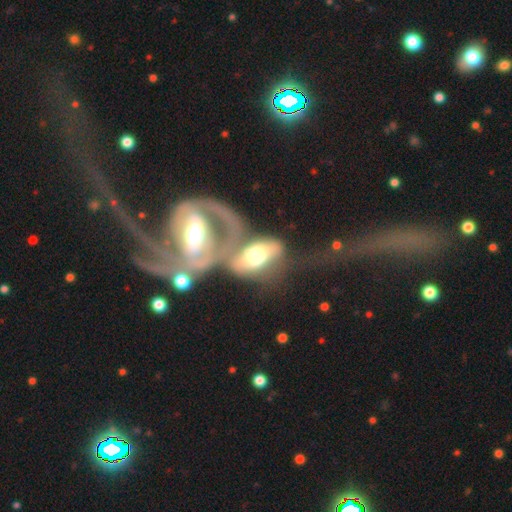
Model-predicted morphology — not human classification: A featured or disk galaxy (53%).

Vote fractions:
- Smooth or featured? featured or disk: 53% / smooth: 41% / star or artifact: 6%
- Edge-on disk? no: 87% / yes: 13%
- Merging? merger: 64% / major disturbance: 15% / none: 14% / minor disturbance: 7%